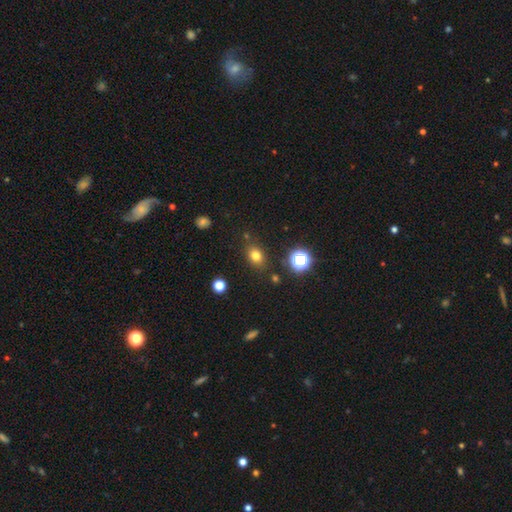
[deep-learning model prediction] This is likely a smooth galaxy (75%). How rounded: possibly in between (53%). Merging: clearly none (81%).